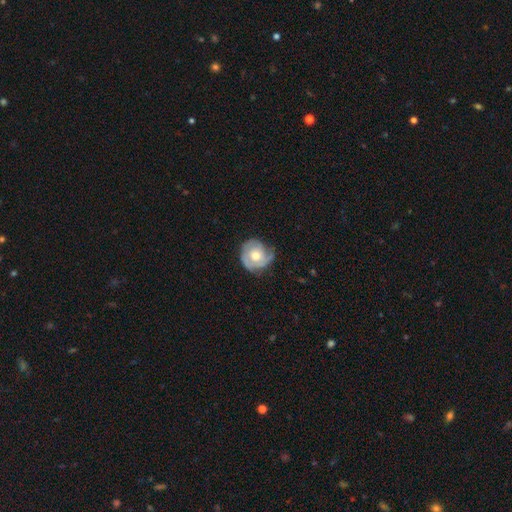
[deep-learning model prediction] Smooth or featured? Predicted: featured or disk (p=0.58). Edge-on disk? Predicted: no (p=0.97). Bar? Predicted: no (p=0.84). Spiral arms? Predicted: yes (p=0.73). Bulge size? Predicted: moderate (p=0.71). Merging? Predicted: none (p=0.60).